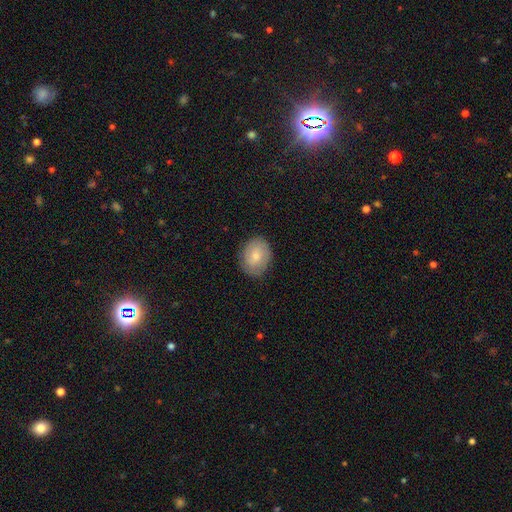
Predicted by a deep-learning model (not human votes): Smooth or featured? smooth (60%)
How rounded? in between (63%)
Merging? none (83%)